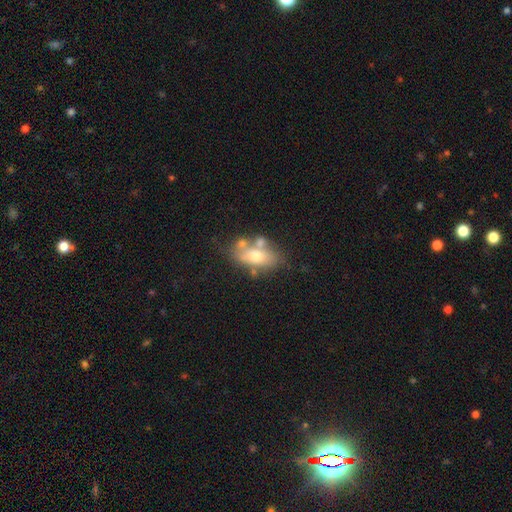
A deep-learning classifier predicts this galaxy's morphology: Smooth or featured?
  - smooth: 56% *
  - featured or disk: 35%
  - star or artifact: 9%
How rounded?
  - in between: 84% *
  - round: 9%
  - cigar-shaped: 7%
Merging?
  - none: 49% *
  - merger: 25%
  - minor disturbance: 18%
  - major disturbance: 8%